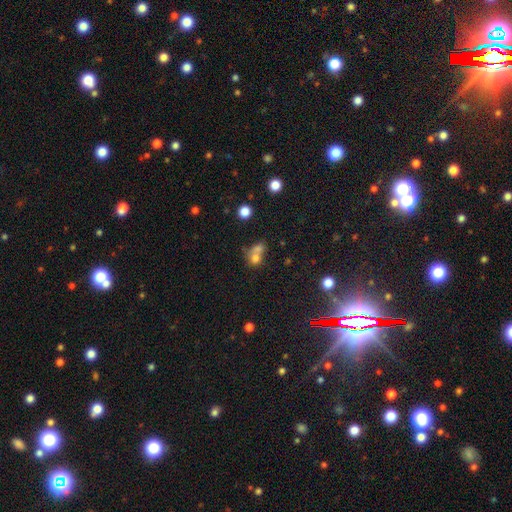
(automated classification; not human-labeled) The model was most divided on "how rounded": round: 65%, in between: 34%, cigar-shaped: 1%. More confident: smooth or featured — smooth (70%); merging — merger (63%).